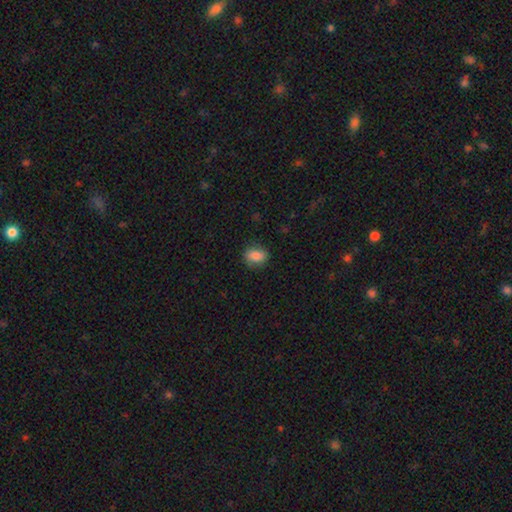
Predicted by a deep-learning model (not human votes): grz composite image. It shows a smooth galaxy with no disk features (83%) that is in between round and cigar-shaped (63%). Merging: none (85%).